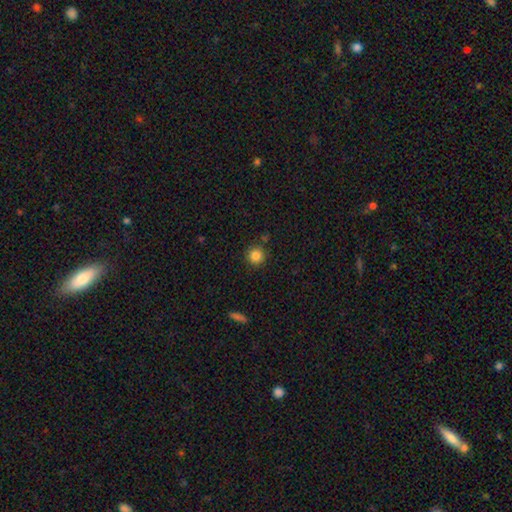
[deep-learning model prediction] Smooth or featured: smooth — 85% (star or artifact — 11%)
How rounded: round — 94% (in between — 5%)
Merging: none — 86% (minor disturbance — 8%)